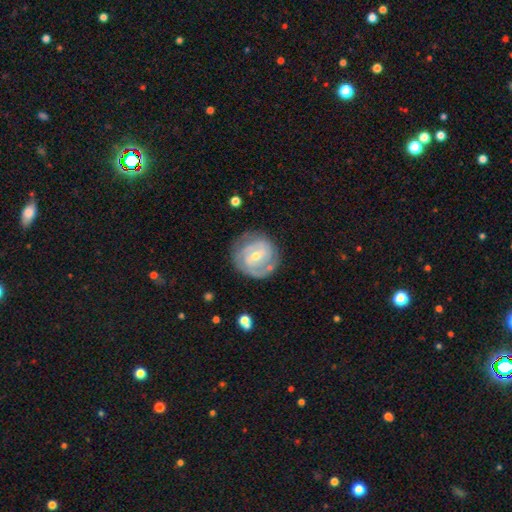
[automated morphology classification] A featured or disk galaxy (80%) with a weak bar (52%), 2 (59%) tight (57%) spiral arms (91%) and a small central bulge (54%).

Vote fractions:
- Smooth or featured? featured or disk: 80% / smooth: 15% / star or artifact: 5%
- Edge-on disk? no: 97% / yes: 3%
- Bar? weak: 52% / no: 27% / strong: 21%
- Spiral arms? yes: 91% / no: 9%
- Spiral winding? tight: 57% / medium: 34% / loose: 9%
- Spiral arm count? 2: 59% / can't tell: 21% / 3: 10% / 1: 4% / 4: 3% / more than 4: 2%
- Bulge size? small: 54% / moderate: 43% / large: 1% / none: 1% / dominant: 1%
- Merging? none: 75% / minor disturbance: 16% / major disturbance: 6% / merger: 2%